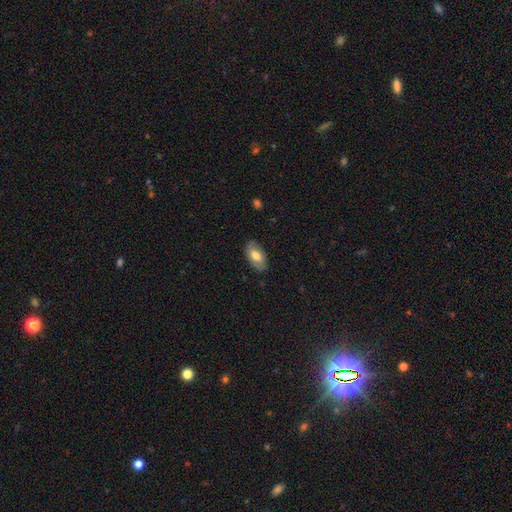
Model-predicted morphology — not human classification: Q: Smooth or featured?
A: smooth (67%); runner-up: featured or disk (27%)
Q: How rounded?
A: in between (93%); runner-up: round (5%)
Q: Merging?
A: none (79%); runner-up: minor disturbance (17%)